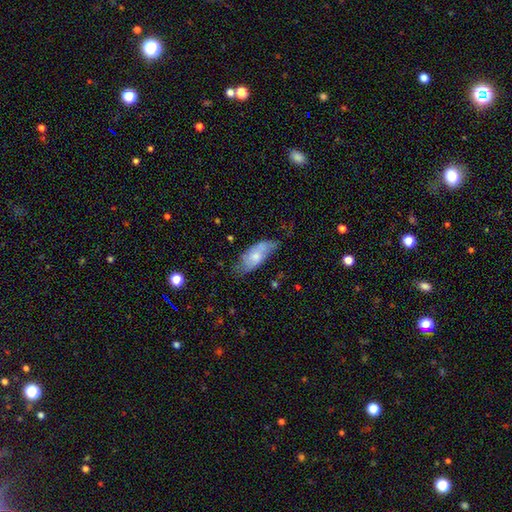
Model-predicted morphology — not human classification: Smooth or featured?
  - smooth: 57% *
  - featured or disk: 36%
  - star or artifact: 7%
How rounded?
  - in between: 84% *
  - cigar-shaped: 13%
  - round: 3%
Merging?
  - none: 48% *
  - minor disturbance: 36%
  - major disturbance: 13%
  - merger: 3%